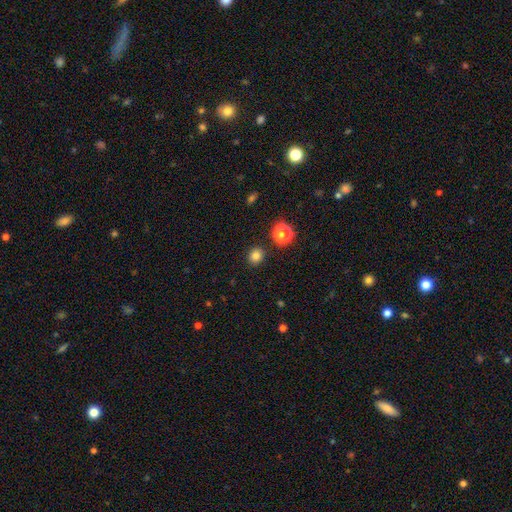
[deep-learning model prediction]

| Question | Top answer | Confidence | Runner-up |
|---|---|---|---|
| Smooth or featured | smooth | 81% | star or artifact (14%) |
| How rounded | round | 86% | in between (13%) |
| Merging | none | 89% | minor disturbance (6%) |